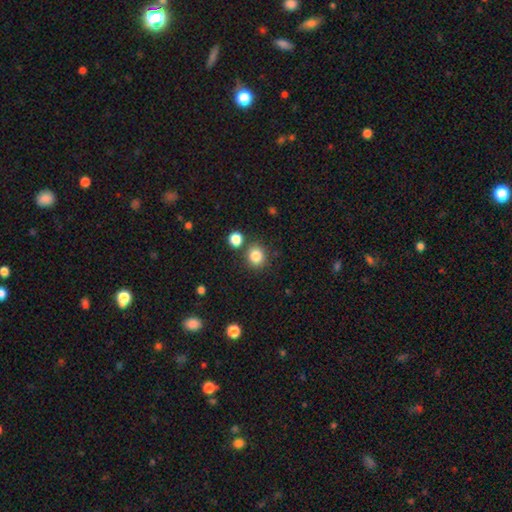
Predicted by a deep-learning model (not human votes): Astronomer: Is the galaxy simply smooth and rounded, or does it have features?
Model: smooth — 84%.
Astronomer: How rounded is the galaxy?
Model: round — 83%.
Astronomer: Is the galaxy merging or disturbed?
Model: none — 80%.